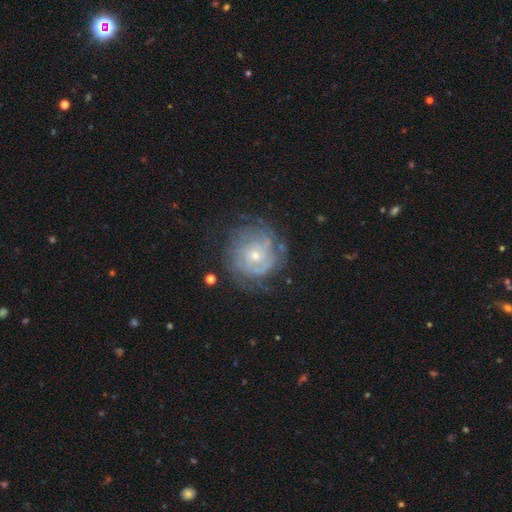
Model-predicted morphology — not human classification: Smooth or featured? Predicted: featured or disk (p=0.76). Edge-on disk? Predicted: no (p=0.97). Bar? Predicted: no (p=0.78). Spiral arms? Predicted: yes (p=0.88). Spiral winding? Predicted: tight (p=0.66). Spiral arm count? Predicted: can't tell (p=0.47). Bulge size? Predicted: small (p=0.63). Merging? Predicted: none (p=0.69).